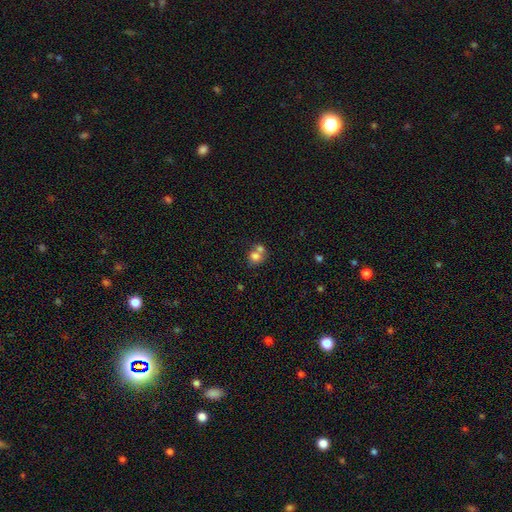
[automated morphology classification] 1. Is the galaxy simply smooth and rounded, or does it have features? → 73% smooth, 16% featured or disk, 11% star or artifact.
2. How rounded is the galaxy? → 72% round, 27% in between, 1% cigar-shaped.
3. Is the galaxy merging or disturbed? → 55% merger, 34% none, 7% minor disturbance, 3% major disturbance.